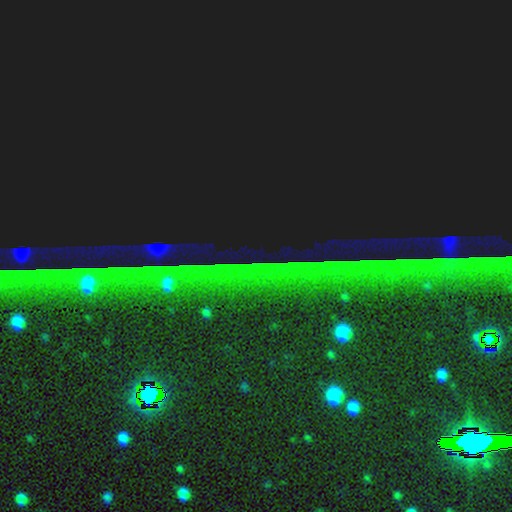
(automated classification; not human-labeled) Smooth or featured?
  - star or artifact: 86% *
  - smooth: 7%
  - featured or disk: 7%